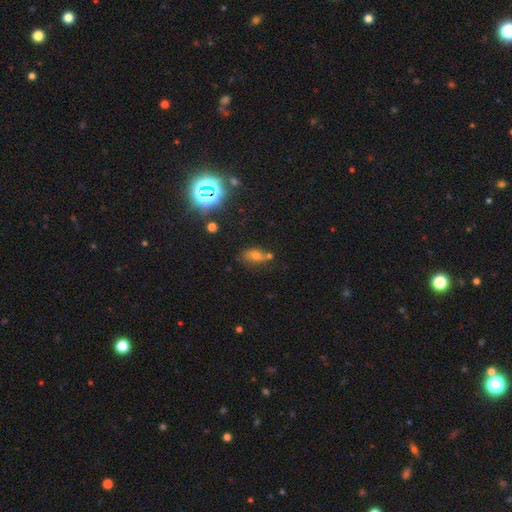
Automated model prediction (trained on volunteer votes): Smooth or featured? smooth (58%)
How rounded? in between (80%)
Merging? none (51%)